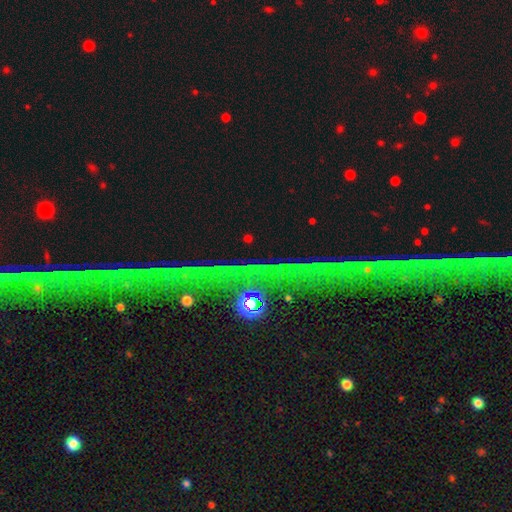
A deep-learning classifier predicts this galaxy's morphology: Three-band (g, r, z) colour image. It shows a star or artifact, not a galaxy (76%).